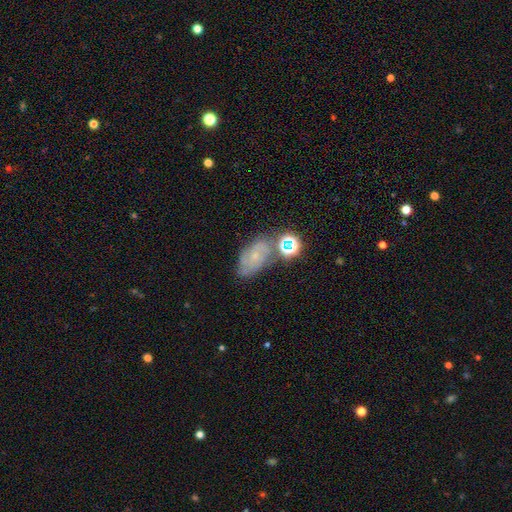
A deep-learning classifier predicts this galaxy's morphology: Smooth or featured: featured or disk — 52% (smooth — 29%)
Edge-on disk: no — 94% (yes — 6%)
Merging: none — 61% (minor disturbance — 19%)